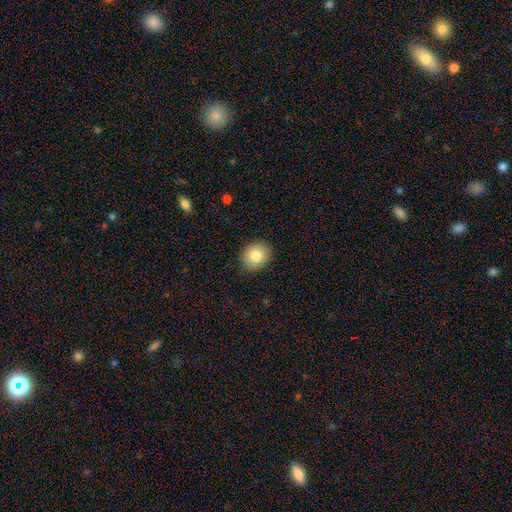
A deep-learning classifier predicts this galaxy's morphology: type=smooth (81%); roundness=round (76%); merging=none (83%).